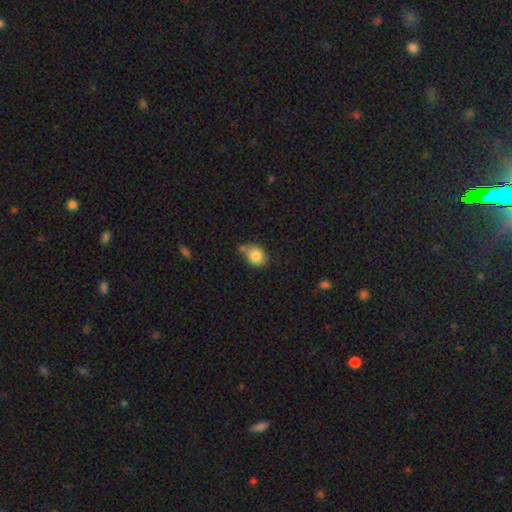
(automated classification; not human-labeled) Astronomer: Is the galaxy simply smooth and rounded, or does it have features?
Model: smooth — 84%.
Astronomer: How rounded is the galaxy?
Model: round — 61% (runner-up: in between, 38%).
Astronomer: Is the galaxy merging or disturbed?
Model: none — 51%.